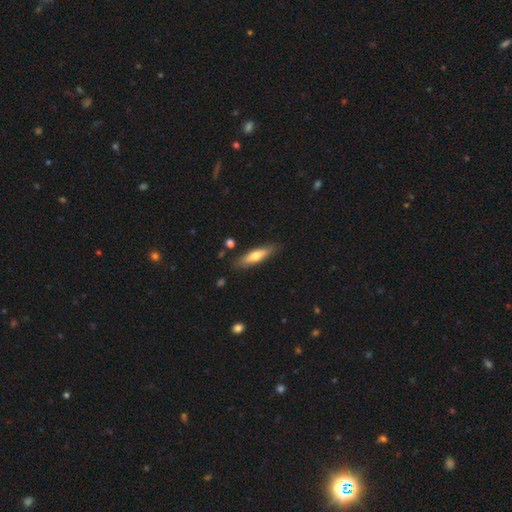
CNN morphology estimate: Q: Smooth or featured?
A: smooth (60%); runner-up: featured or disk (34%)
Q: How rounded?
A: cigar-shaped (68%); runner-up: in between (30%)
Q: Merging?
A: none (84%); runner-up: minor disturbance (11%)